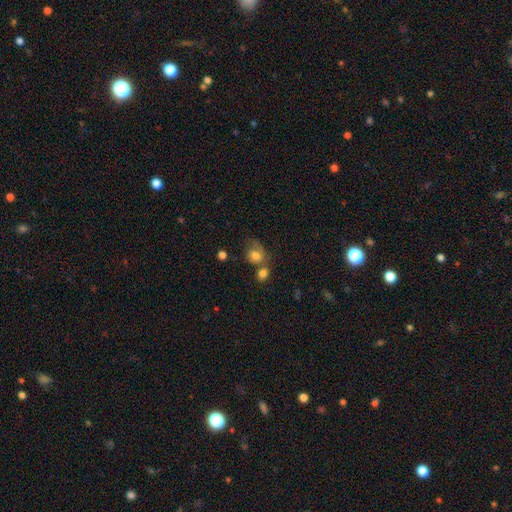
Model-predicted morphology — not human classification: smooth 70%, featured or disk 19%, star or artifact 11%. Down the decision tree: how rounded — round (59%); merging — none (34%).